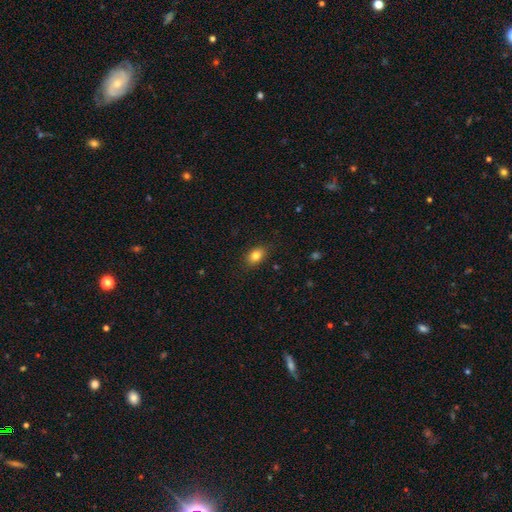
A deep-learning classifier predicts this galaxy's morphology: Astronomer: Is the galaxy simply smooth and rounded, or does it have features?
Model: smooth — 82%.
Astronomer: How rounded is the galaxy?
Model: in between — 77%.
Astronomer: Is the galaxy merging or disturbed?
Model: none — 86%.